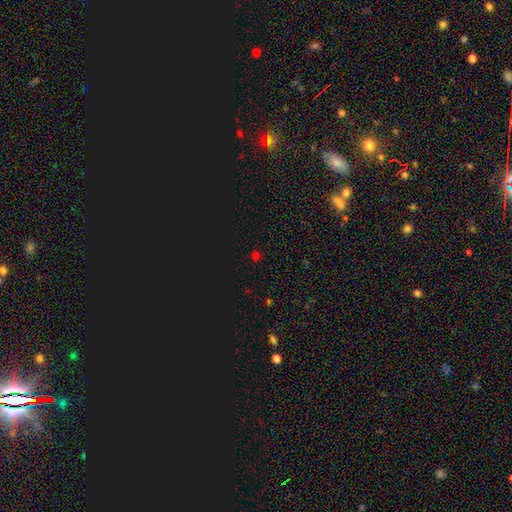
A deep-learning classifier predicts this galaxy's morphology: Smooth or featured?
  - star or artifact: 52% *
  - smooth: 43%
  - featured or disk: 5%